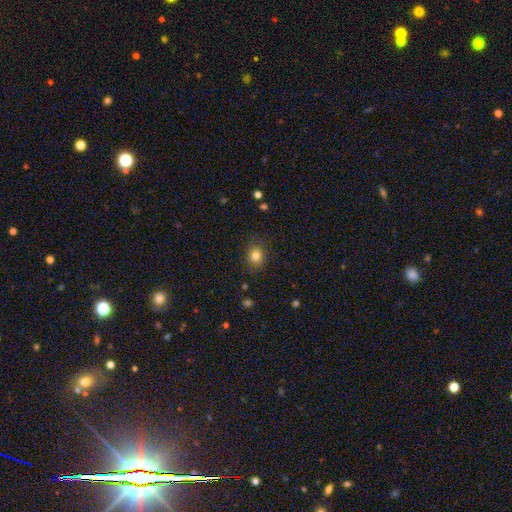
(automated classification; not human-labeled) Overall: smooth (81%). How rounded: round (67%; in between 32%). Merging: none (85%).